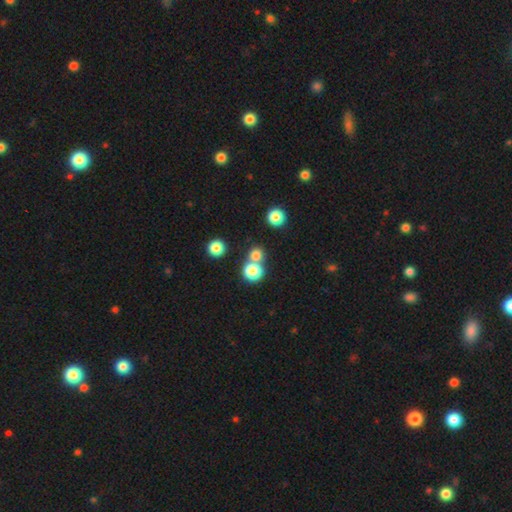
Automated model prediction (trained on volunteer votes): Overall: smooth (78%). How rounded: round (86%). Merging: none (54%; merger 37%).